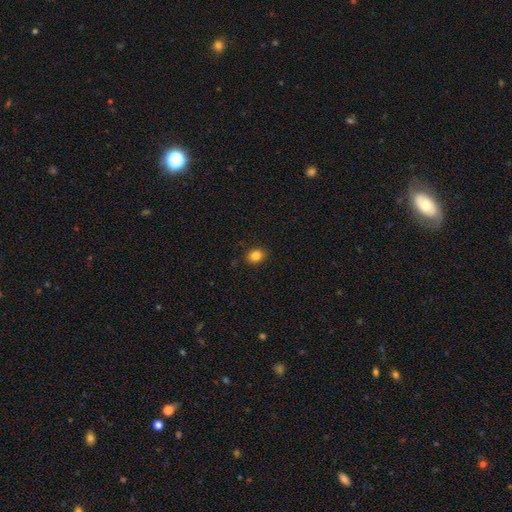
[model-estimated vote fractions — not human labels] smooth 84%, star or artifact 11%, featured or disk 5%. Down the decision tree: how rounded — round (58%); merging — none (89%).